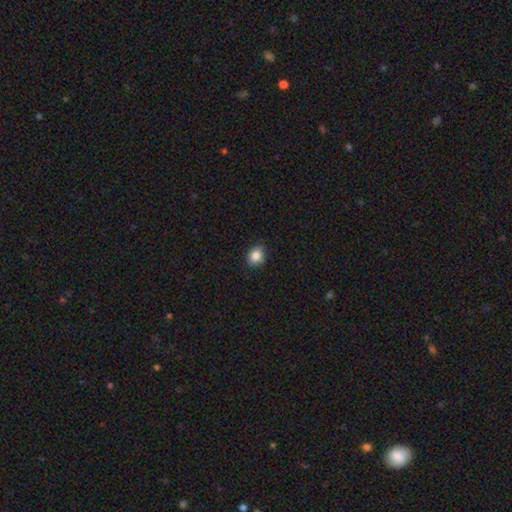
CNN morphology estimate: type=smooth (85%); roundness=round (58%); merging=none (86%).